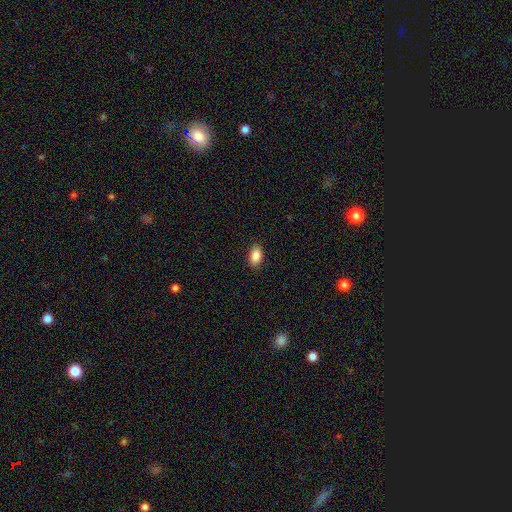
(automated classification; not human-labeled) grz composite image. It shows a smooth galaxy with no disk features (87%) that is in between round and cigar-shaped (92%). Merging: none (90%).